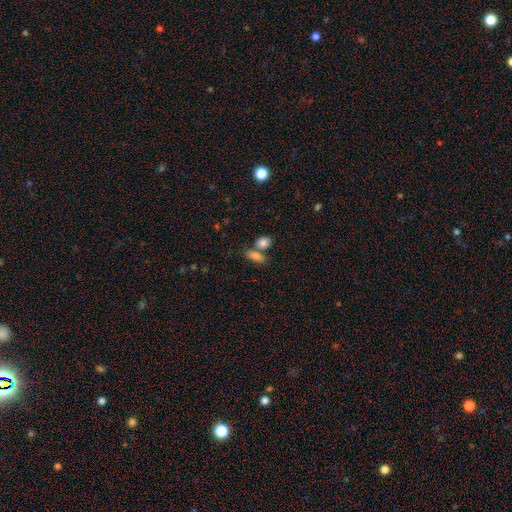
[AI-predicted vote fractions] smooth_or_featured: smooth (p=0.82) [alt: featured or disk p=0.09]
how_rounded: in between (p=0.71) [alt: cigar-shaped p=0.19]
merging: none (p=0.54) [alt: merger p=0.31]